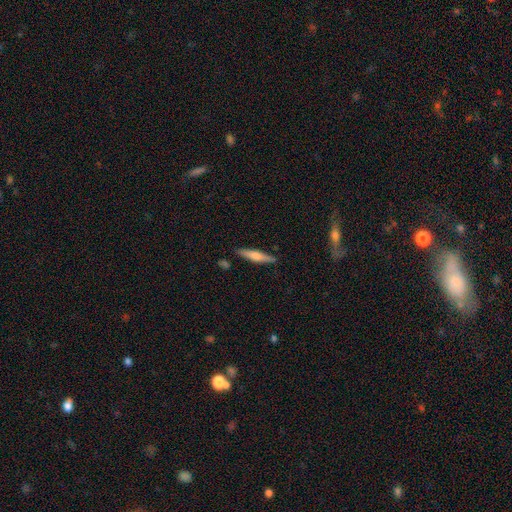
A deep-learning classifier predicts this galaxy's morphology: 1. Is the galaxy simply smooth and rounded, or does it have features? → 47% smooth (tied), 47% featured or disk (tied), 6% star or artifact.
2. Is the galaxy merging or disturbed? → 87% none, 9% minor disturbance, 2% merger, 2% major disturbance.